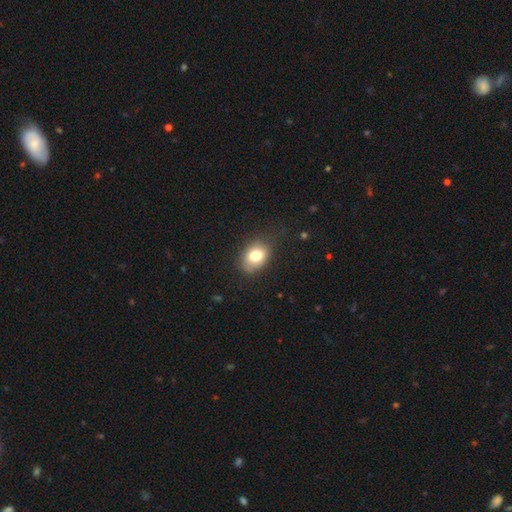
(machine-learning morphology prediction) Smooth or featured?
  - smooth: 77% *
  - featured or disk: 14%
  - star or artifact: 9%
How rounded?
  - in between: 73% *
  - round: 26%
  - cigar-shaped: 1%
Merging?
  - none: 71% *
  - minor disturbance: 21%
  - major disturbance: 6%
  - merger: 1%